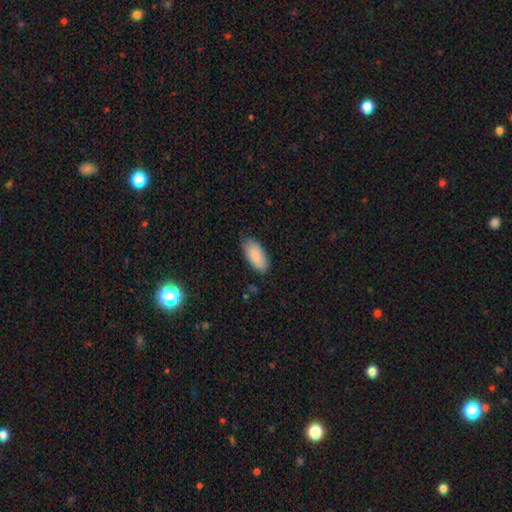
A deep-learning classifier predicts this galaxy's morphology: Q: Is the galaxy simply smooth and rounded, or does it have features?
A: smooth — 87%.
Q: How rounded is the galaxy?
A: in between — 92%.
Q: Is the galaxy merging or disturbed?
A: none — 76%.